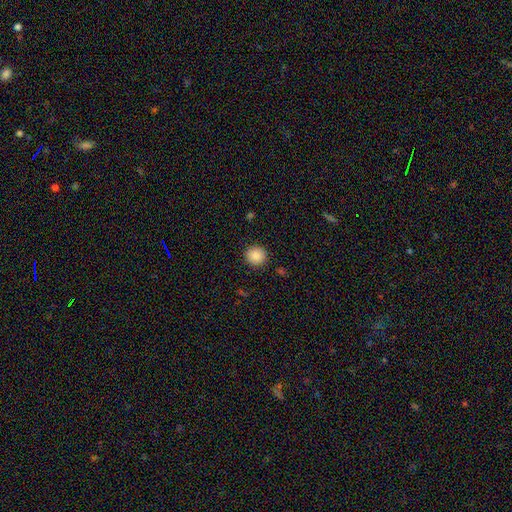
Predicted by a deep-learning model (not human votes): A smooth galaxy with no disk features (88%) that is round (91%).

Vote fractions:
- Smooth or featured? smooth: 88% / star or artifact: 9% / featured or disk: 3%
- How rounded? round: 91% / in between: 8% / cigar-shaped: 1%
- Merging? none: 90% / minor disturbance: 6% / major disturbance: 2% / merger: 1%